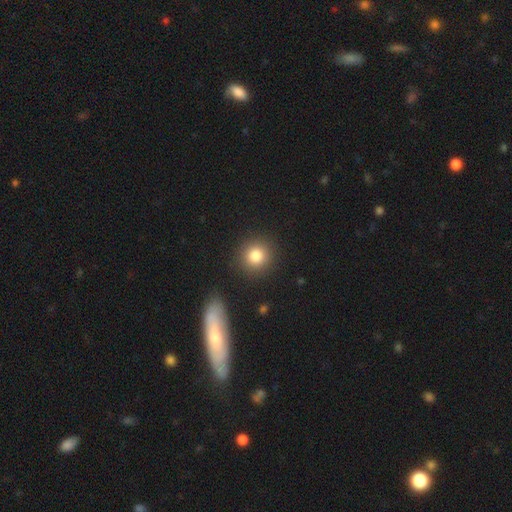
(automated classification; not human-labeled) Smooth or featured? Predicted: smooth (p=0.83). How rounded? Predicted: round (p=0.90). Merging? Predicted: none (p=0.89).